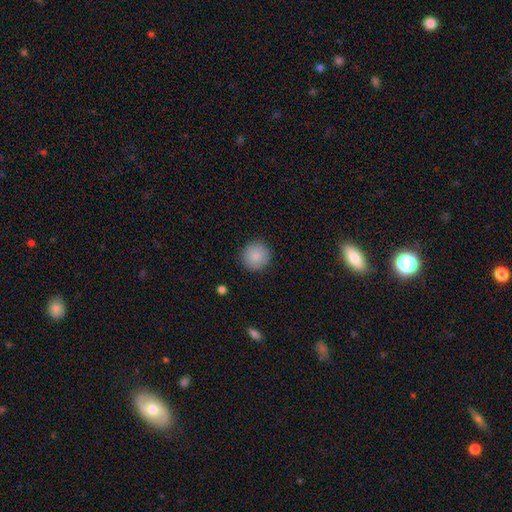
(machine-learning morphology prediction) type=smooth (87%); roundness=round (95%); merging=none (90%).